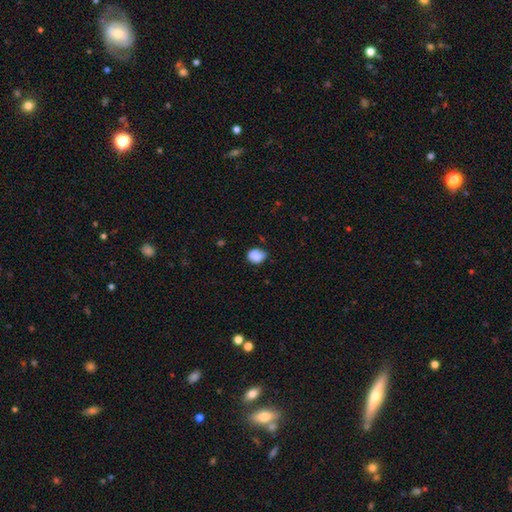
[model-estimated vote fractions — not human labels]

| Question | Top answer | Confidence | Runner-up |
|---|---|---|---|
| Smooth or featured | smooth | 86% | star or artifact (8%) |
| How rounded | round | 55% | in between (44%) |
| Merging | none | 66% | minor disturbance (26%) |